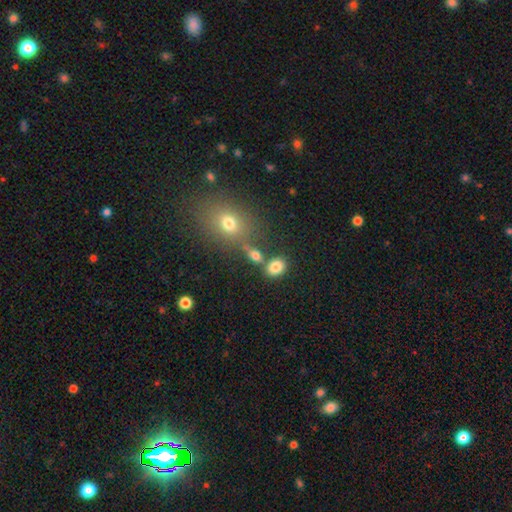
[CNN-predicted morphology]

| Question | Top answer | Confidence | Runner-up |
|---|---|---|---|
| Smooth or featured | smooth | 73% | star or artifact (17%) |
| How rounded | in between | 61% | round (37%) |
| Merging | none | 62% | merger (22%) |